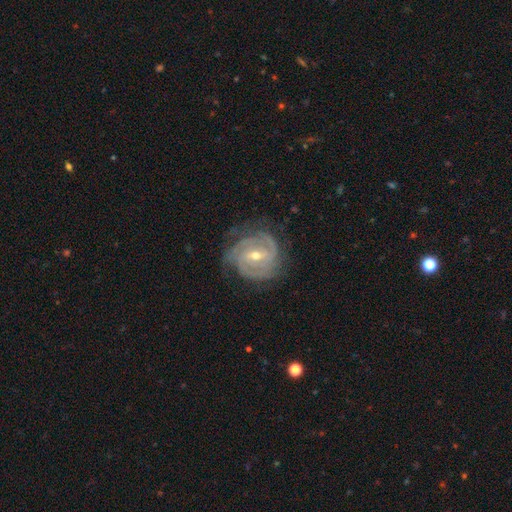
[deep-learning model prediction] smooth-or-featured: featured or disk: 89% | smooth: 6% | star or artifact: 5%
  disk-edge-on: no: 97% | yes: 3%
    bar: weak: 47% | strong: 31% | no: 22%
    has-spiral-arms: yes: 97% | no: 3%
      spiral-winding: tight: 66% | medium: 29% | loose: 6%
      spiral-arm-count: 3: 32% | 2: 29% | can't tell: 19% | 4: 10% | 1: 5% | more than 4: 5%
    bulge-size: moderate: 50% | small: 48% | large: 1% | none: 1% | dominant: 1%
  merging: none: 73% | minor disturbance: 18% | major disturbance: 7% | merger: 1%